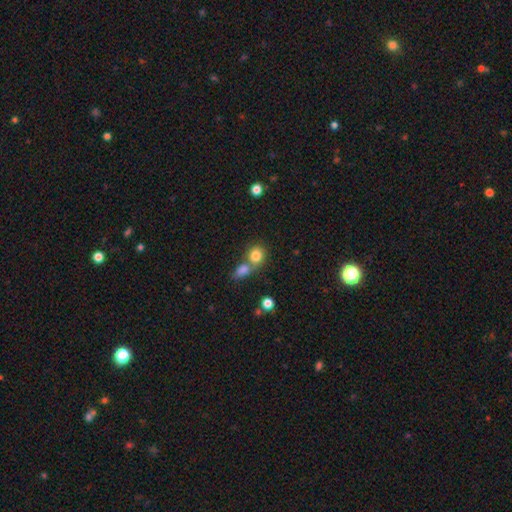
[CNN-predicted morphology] smooth 82%, star or artifact 10%, featured or disk 8%. Down the decision tree: how rounded — round (72%); merging — none (44%, tied with merger).